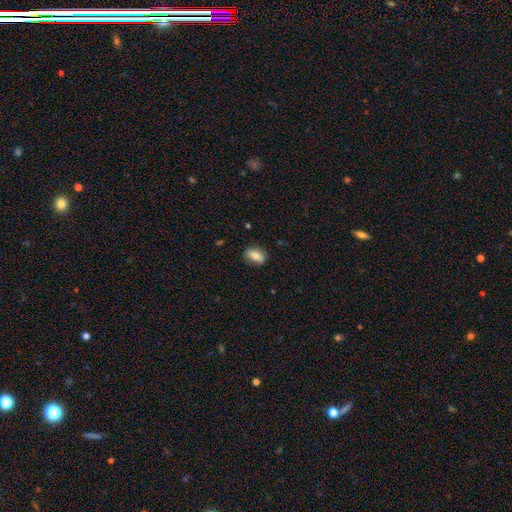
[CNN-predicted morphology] Smooth or featured? Predicted: smooth (p=0.77). How rounded? Predicted: in between (p=0.83). Merging? Predicted: none (p=0.78).